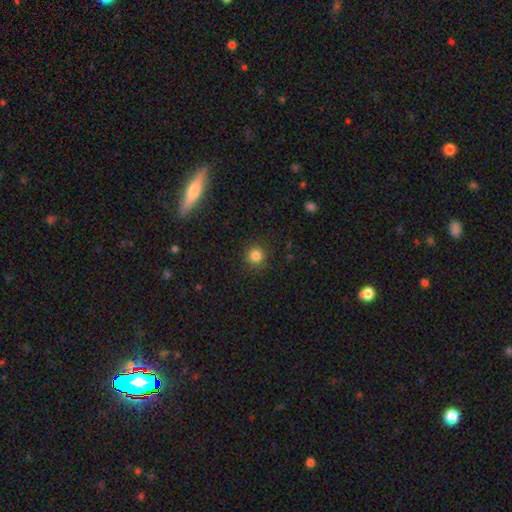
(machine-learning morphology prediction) A smooth galaxy with no disk features (84%) that is round (94%).

Vote fractions:
- Smooth or featured? smooth: 84% / star or artifact: 12% / featured or disk: 4%
- How rounded? round: 94% / in between: 5% / cigar-shaped: 1%
- Merging? none: 90% / minor disturbance: 6% / major disturbance: 2% / merger: 1%